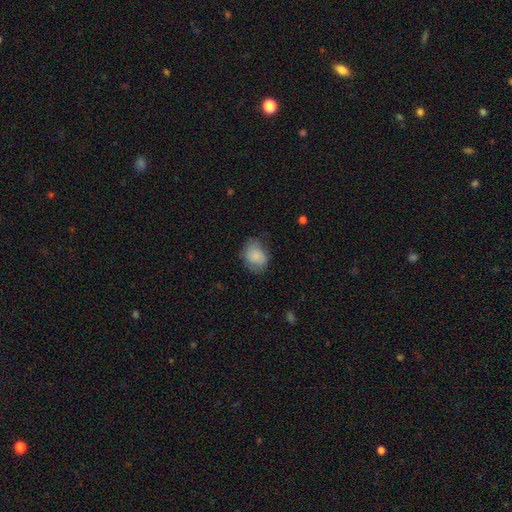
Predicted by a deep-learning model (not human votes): This appears to be a smooth galaxy with no disk features (83%) that is in between round and cigar-shaped (61%). Merging: none (65%).